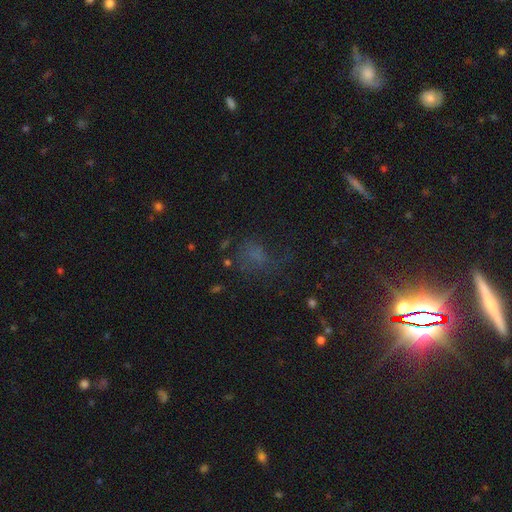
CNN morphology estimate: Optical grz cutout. It shows a smooth galaxy with no disk features (47%). Merging: none (44%).